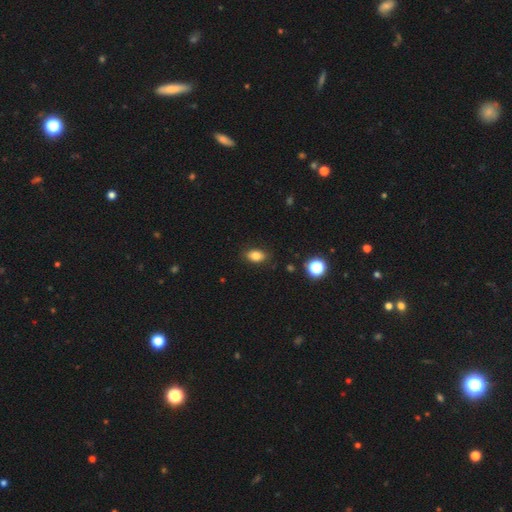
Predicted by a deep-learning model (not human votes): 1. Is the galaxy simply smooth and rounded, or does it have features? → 82% smooth, 10% star or artifact, 7% featured or disk.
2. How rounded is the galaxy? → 85% in between, 13% round, 2% cigar-shaped.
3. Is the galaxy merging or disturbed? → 86% none, 10% minor disturbance, 2% major disturbance, 1% merger.